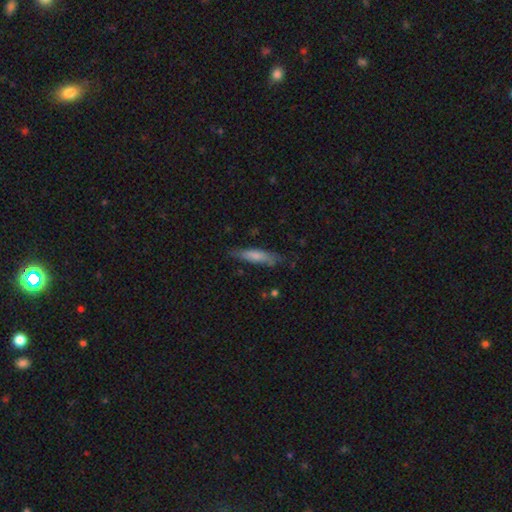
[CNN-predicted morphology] smooth 72%, featured or disk 23%, star or artifact 6%. Down the decision tree: how rounded — cigar-shaped (80%); merging — none (74%).